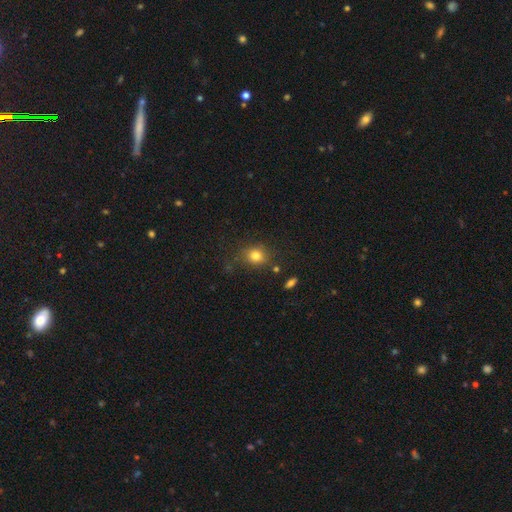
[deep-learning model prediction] The model was most divided on "how rounded": round: 64%, in between: 35%, cigar-shaped: 1%. More confident: smooth or featured — smooth (80%); merging — none (76%).